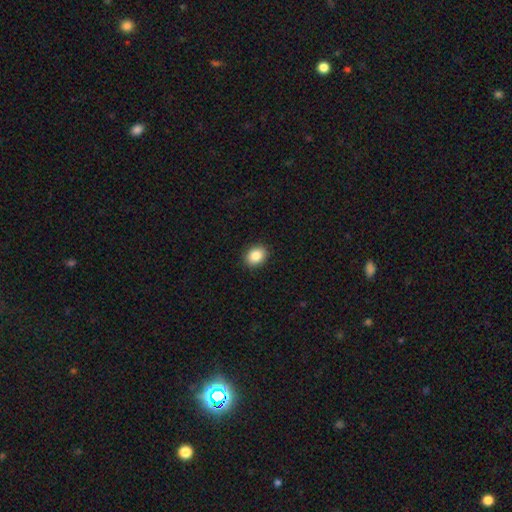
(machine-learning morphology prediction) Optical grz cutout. It shows a smooth galaxy with no disk features (86%) that is in between round and cigar-shaped (55%). Merging: none (91%).